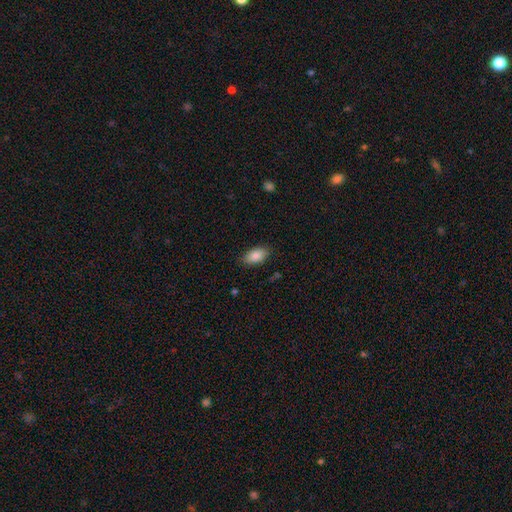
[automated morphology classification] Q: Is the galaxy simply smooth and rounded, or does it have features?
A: smooth — 86%.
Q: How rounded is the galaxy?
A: in between — 93%.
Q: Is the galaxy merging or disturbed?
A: none — 85%.